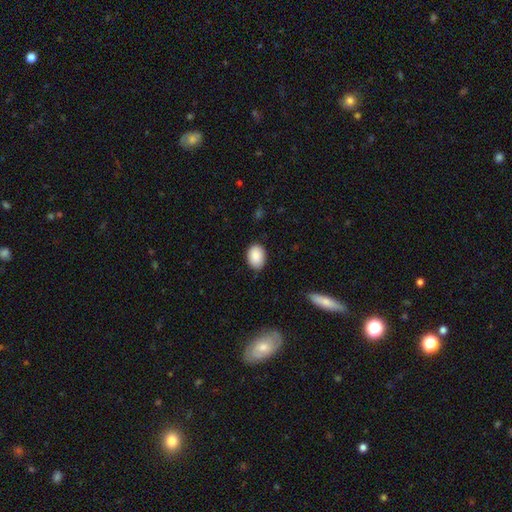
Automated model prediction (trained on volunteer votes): The model was most divided on "how rounded": in between: 81%, round: 18%, cigar-shaped: 1%. More confident: smooth or featured — smooth (89%); merging — none (84%).